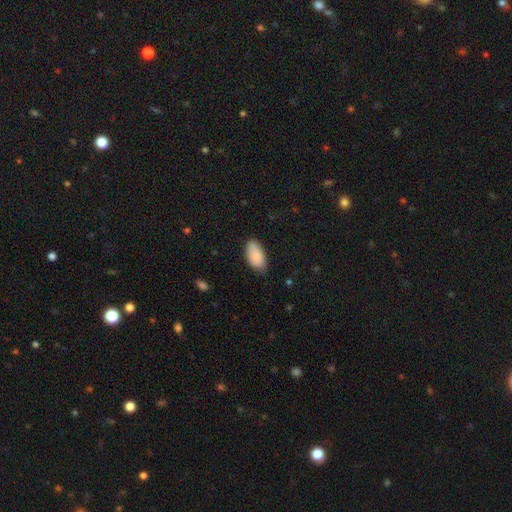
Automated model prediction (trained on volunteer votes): A smooth galaxy with no disk features (87%) that is in between round and cigar-shaped (94%).

Vote fractions:
- Smooth or featured? smooth: 87% / featured or disk: 7% / star or artifact: 6%
- How rounded? in between: 94% / cigar-shaped: 3% / round: 2%
- Merging? none: 77% / minor disturbance: 19% / major disturbance: 3% / merger: 1%